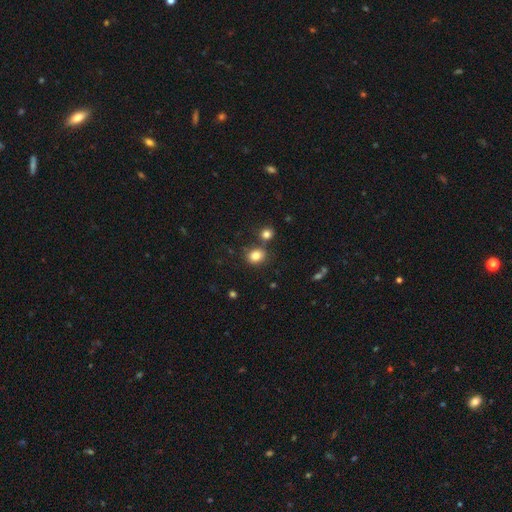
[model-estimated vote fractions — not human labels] Morphology: type=smooth (83%); roundness=round (64%); merging=none (72%).